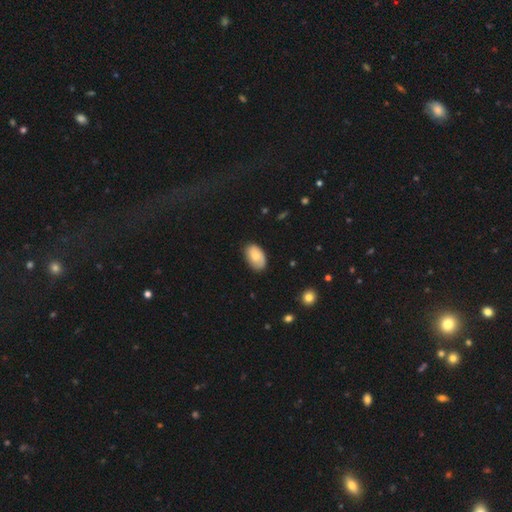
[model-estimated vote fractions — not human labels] A smooth galaxy with no disk features (64%) that is in between round and cigar-shaped (92%).

Vote fractions:
- Smooth or featured? smooth: 64% / featured or disk: 29% / star or artifact: 7%
- How rounded? in between: 92% / round: 7% / cigar-shaped: 1%
- Merging? none: 75% / minor disturbance: 19% / major disturbance: 4% / merger: 1%